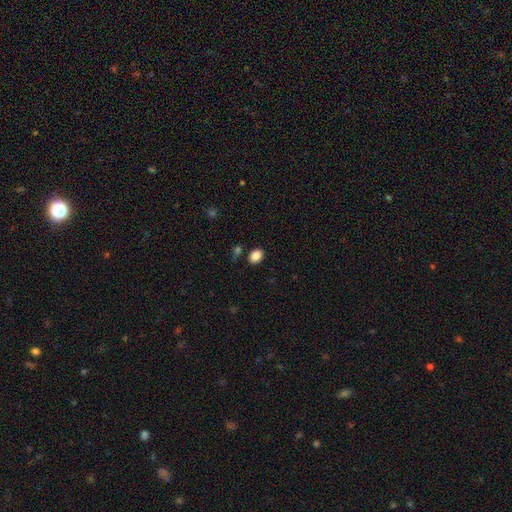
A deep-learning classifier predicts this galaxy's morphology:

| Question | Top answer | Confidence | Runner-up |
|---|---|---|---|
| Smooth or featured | smooth | 86% | star or artifact (9%) |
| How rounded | in between | 68% | round (31%) |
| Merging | none | 82% | minor disturbance (11%) |